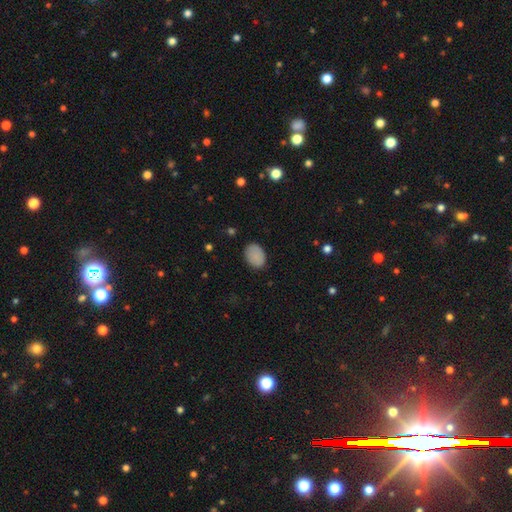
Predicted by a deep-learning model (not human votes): Overall: smooth (87%). How rounded: in between (79%). Merging: none (84%).